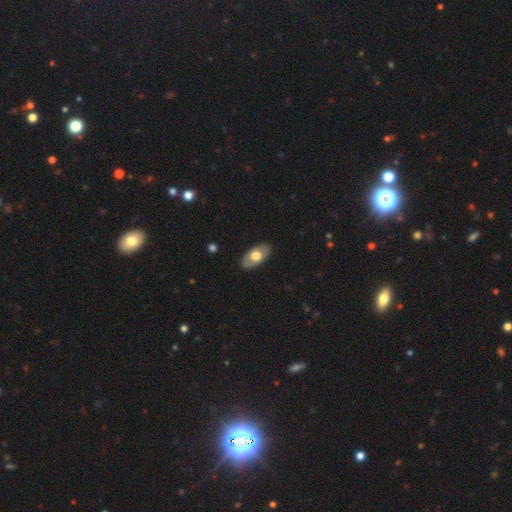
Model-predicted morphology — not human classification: Overall: smooth (59%; featured or disk 36%). How rounded: in between (93%). Merging: none (86%).